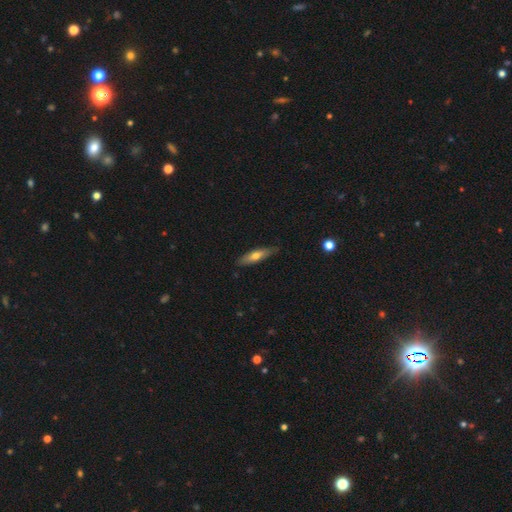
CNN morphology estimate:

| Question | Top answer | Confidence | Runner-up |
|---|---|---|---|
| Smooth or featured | smooth | 60% | featured or disk (34%) |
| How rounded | cigar-shaped | 67% | in between (31%) |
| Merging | none | 82% | minor disturbance (15%) |